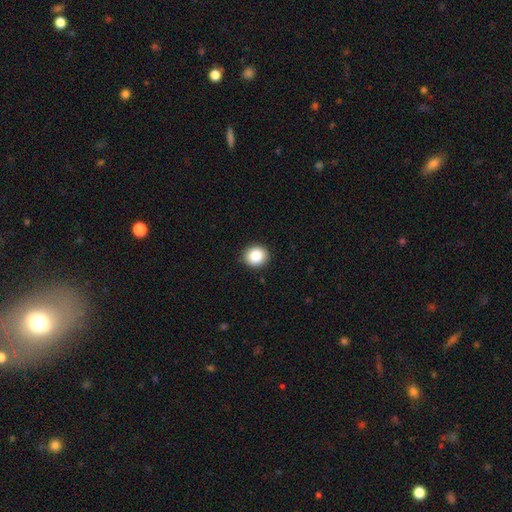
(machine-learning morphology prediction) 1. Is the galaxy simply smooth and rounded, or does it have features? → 86% smooth, 9% star or artifact, 5% featured or disk.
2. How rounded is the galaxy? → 86% round, 13% in between, 1% cigar-shaped.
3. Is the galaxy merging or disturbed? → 92% none, 6% minor disturbance, 2% major disturbance, 1% merger.